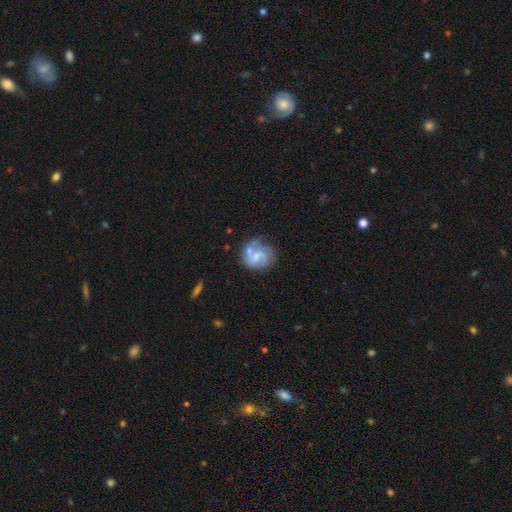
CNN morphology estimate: type=featured or disk (67%); edge-on=no (98%); bar=weak (46%); spiral arms=yes (83%); winding=medium (45%); arm count=2 (53%); bulge=small (42%); merging=none (49%).